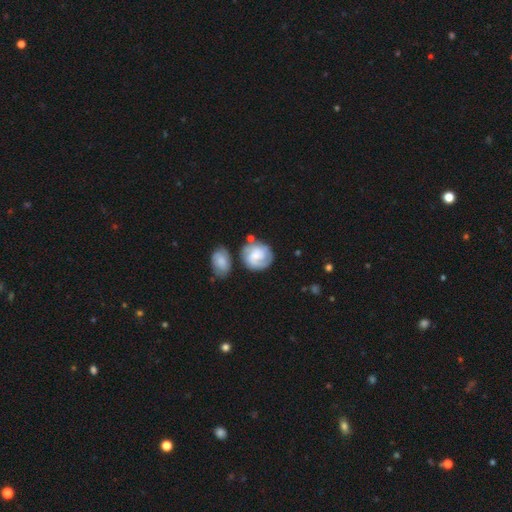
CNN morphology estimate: Smooth or featured? Predicted: featured or disk (p=0.65). Edge-on disk? Predicted: no (p=0.98). Bar? Predicted: no (p=0.59). Spiral arms? Predicted: yes (p=0.91). Spiral winding? Predicted: tight (p=0.56). Spiral arm count? Predicted: 2 (p=0.50). Bulge size? Predicted: small (p=0.43). Merging? Predicted: none (p=0.61).